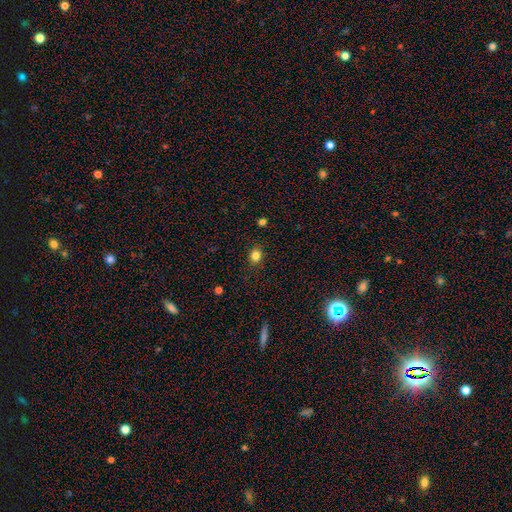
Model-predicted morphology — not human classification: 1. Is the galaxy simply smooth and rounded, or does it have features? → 83% smooth, 12% star or artifact, 5% featured or disk.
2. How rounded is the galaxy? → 70% round, 29% in between, 1% cigar-shaped.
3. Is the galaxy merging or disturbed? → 89% none, 8% minor disturbance, 2% major disturbance, 1% merger.